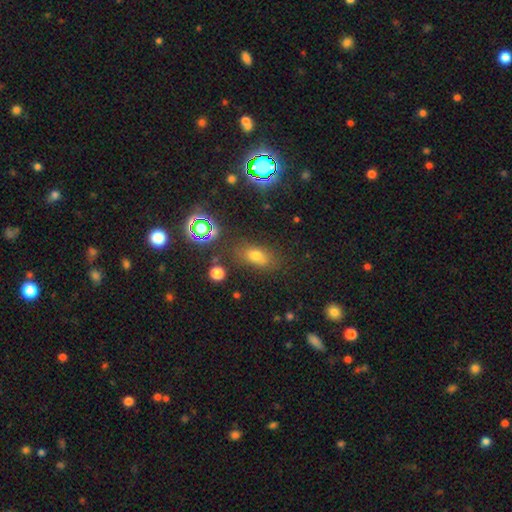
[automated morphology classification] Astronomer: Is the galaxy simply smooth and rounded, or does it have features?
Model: smooth — 65%.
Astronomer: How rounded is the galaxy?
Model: in between — 76%.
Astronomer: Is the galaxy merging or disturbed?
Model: none — 75%.